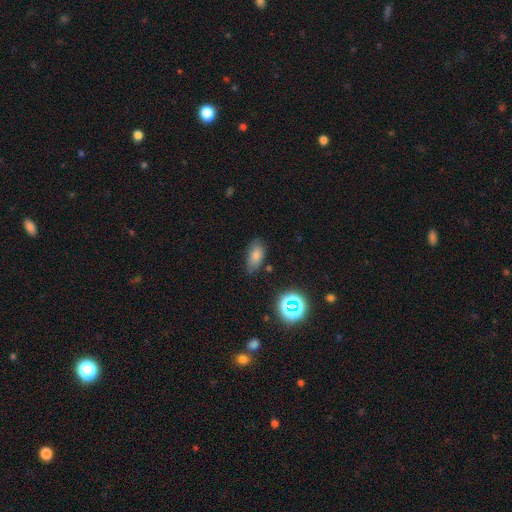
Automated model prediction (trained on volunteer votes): This appears to be a smooth galaxy with no disk features (76%) that is in between round and cigar-shaped (89%). Merging: none (75%).